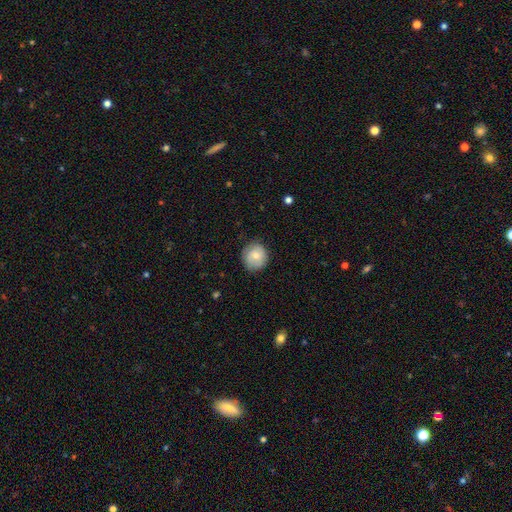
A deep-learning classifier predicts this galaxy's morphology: Smooth or featured? smooth (75%)
How rounded? round (85%)
Merging? none (80%)